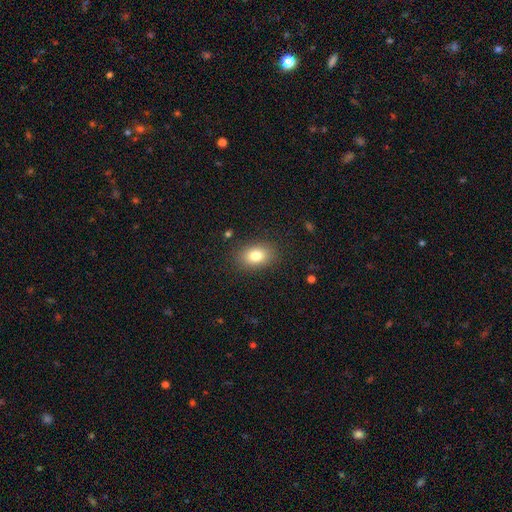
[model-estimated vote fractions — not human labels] This appears to be a smooth galaxy with no disk features (80%) that is in between round and cigar-shaped (76%). Merging: none (87%).